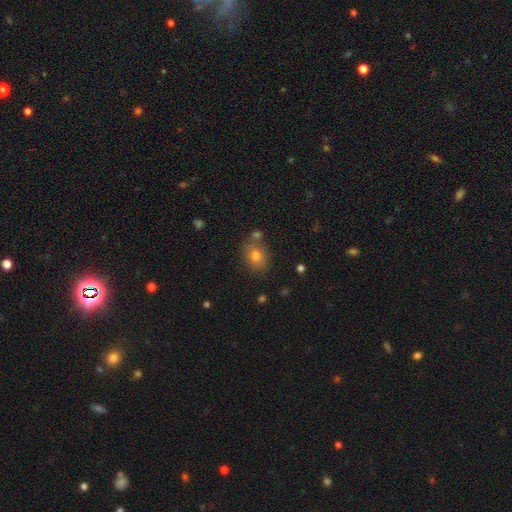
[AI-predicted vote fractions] This appears to be a smooth galaxy with no disk features (76%) that is in between round and cigar-shaped (54%). Merging: none (69%).